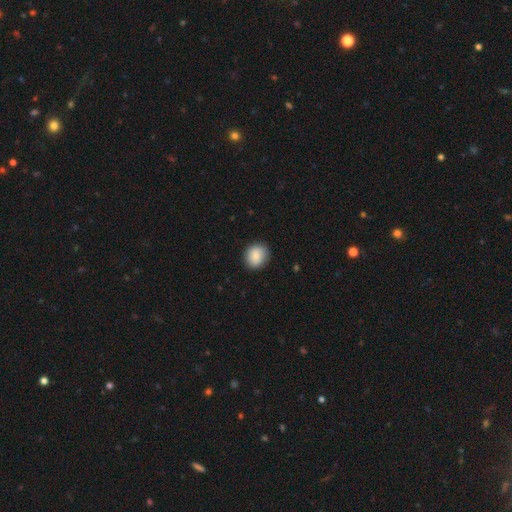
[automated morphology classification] Overall: smooth (84%). How rounded: round (75%). Merging: none (88%).